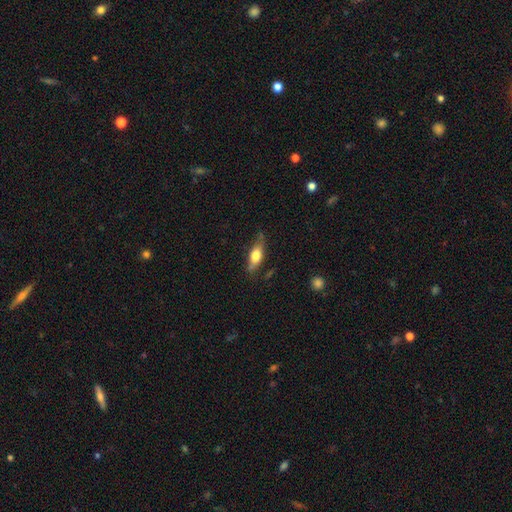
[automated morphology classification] Smooth or featured? Predicted: smooth (p=0.65). How rounded? Predicted: in between (p=0.69). Merging? Predicted: none (p=0.67).